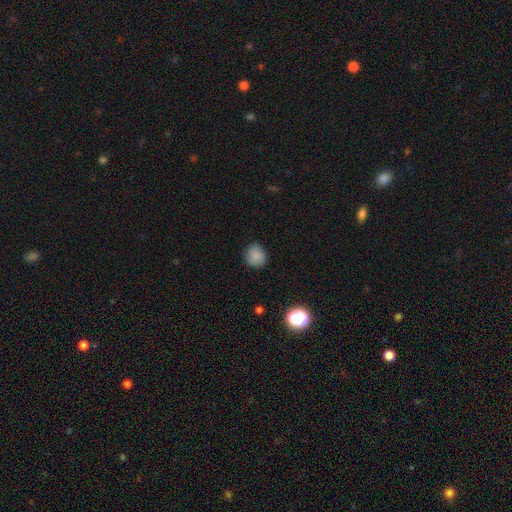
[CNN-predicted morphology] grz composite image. It shows a smooth galaxy with no disk features (82%) that is round (80%). Merging: none (81%).